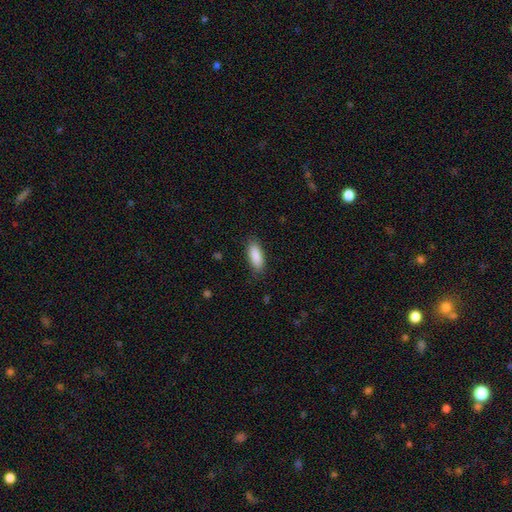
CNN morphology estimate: smooth-or-featured: smooth: 88% | star or artifact: 6% | featured or disk: 5%
  how-rounded: in between: 74% | cigar-shaped: 24% | round: 2%
  merging: none: 84% | minor disturbance: 12% | major disturbance: 3% | merger: 1%